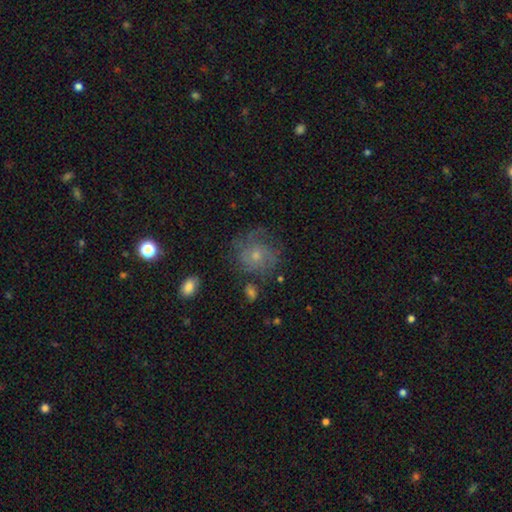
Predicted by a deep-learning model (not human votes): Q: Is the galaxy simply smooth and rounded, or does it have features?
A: featured or disk — 59%.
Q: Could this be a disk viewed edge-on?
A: no — 97%.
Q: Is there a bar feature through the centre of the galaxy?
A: no — 81%.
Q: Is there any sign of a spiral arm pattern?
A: yes — 82%.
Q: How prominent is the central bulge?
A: small — 56%.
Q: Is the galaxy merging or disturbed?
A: none — 65%.